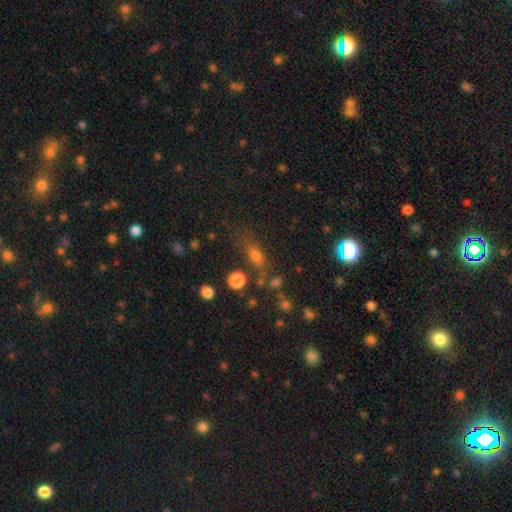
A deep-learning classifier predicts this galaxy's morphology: Smooth or featured? smooth (66%)
How rounded? in between (59%)
Merging? none (61%)